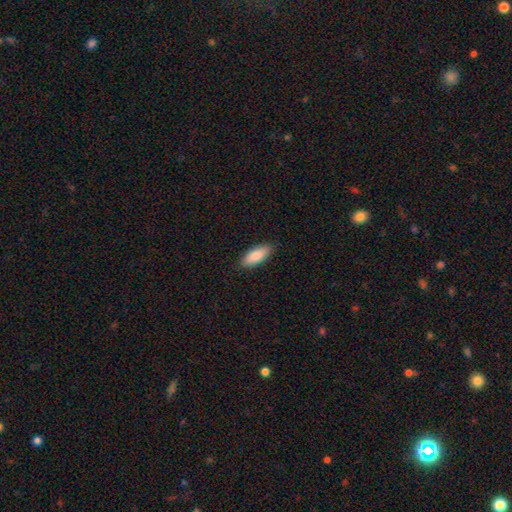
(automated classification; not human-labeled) smooth 88%, featured or disk 7%, star or artifact 6%. Down the decision tree: how rounded — in between (76%); merging — none (87%).